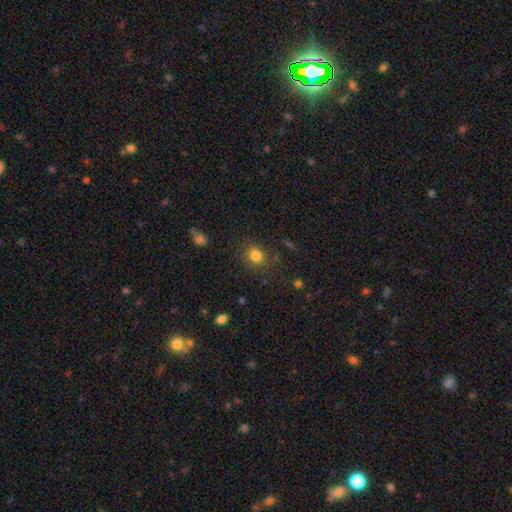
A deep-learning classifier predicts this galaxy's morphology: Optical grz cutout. It shows a smooth galaxy with no disk features (82%) that is round (68%). Merging: none (82%).